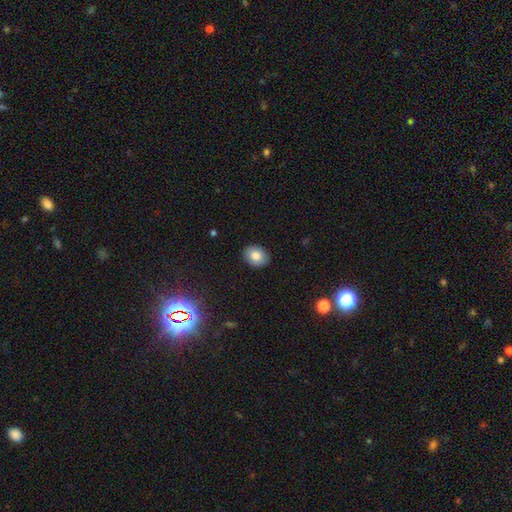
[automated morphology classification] type=smooth (81%); roundness=in between (51%); merging=none (90%).